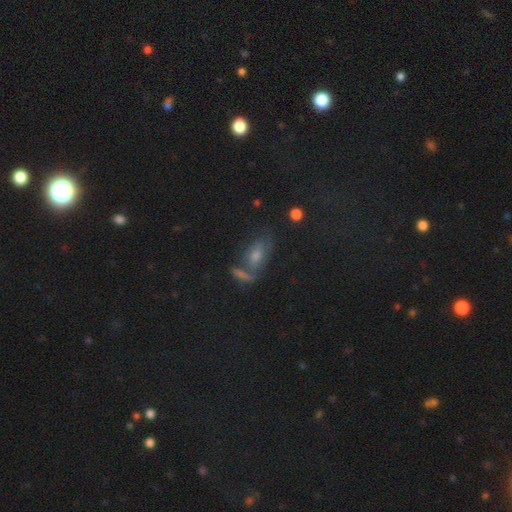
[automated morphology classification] Q: Smooth or featured?
A: smooth (41%); runner-up: star or artifact (33%)
Q: Merging?
A: none (50%); runner-up: merger (22%)